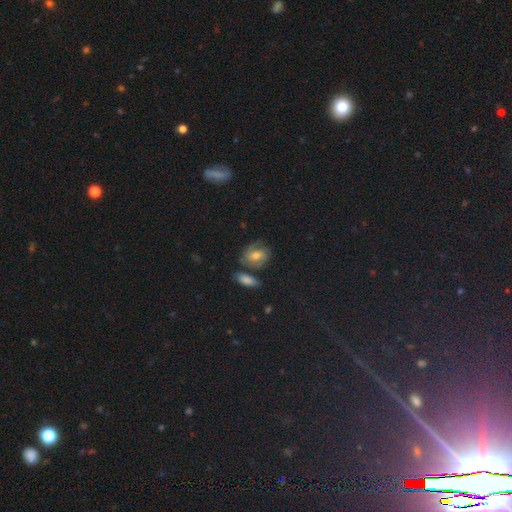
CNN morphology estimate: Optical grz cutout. It shows a featured or disk galaxy (49%). Merging: none (62%).